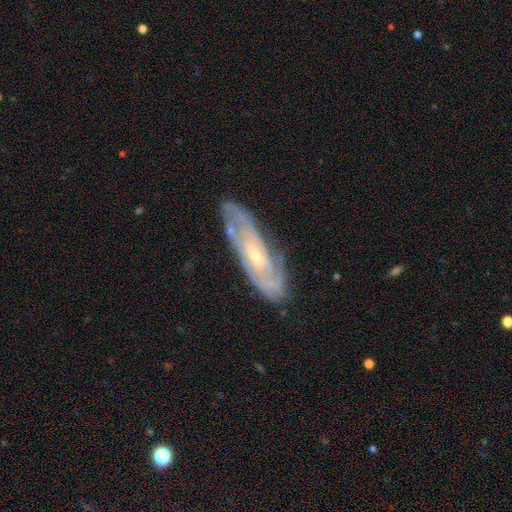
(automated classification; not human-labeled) Overall: featured or disk (80%). Edge-on disk: no (81%). Bar: no (51%; weak 38%). Spiral arms: yes (91%). Spiral arm count: can't tell (48%; 2 27%). Spiral winding: tight (65%; medium 28%). Bulge size: small (64%; moderate 31%). Merging: none (76%).